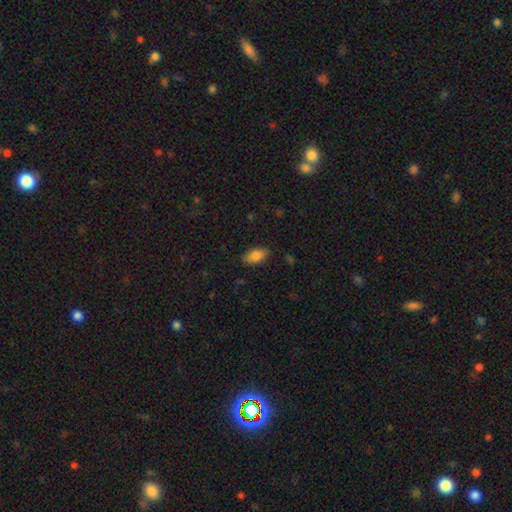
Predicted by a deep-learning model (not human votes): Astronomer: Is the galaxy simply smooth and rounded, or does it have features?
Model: smooth — 84%.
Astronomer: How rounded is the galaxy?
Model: in between — 90%.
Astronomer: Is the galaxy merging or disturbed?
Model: none — 82%.